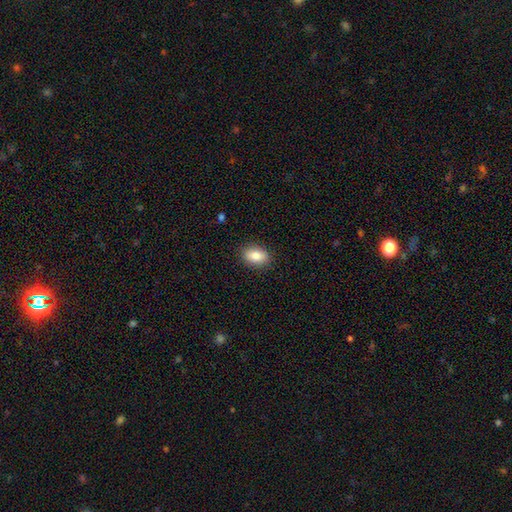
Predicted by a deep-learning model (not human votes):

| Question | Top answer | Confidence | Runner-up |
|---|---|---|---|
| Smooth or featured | smooth | 85% | featured or disk (8%) |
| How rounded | in between | 84% | round (14%) |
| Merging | none | 89% | minor disturbance (8%) |